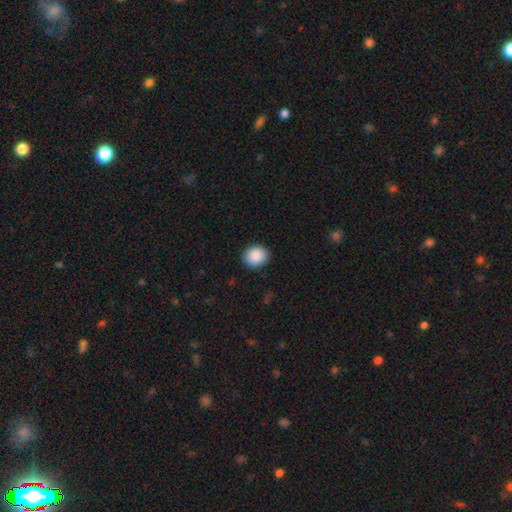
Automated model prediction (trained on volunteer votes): Overall: smooth (90%). How rounded: round (75%). Merging: none (90%).